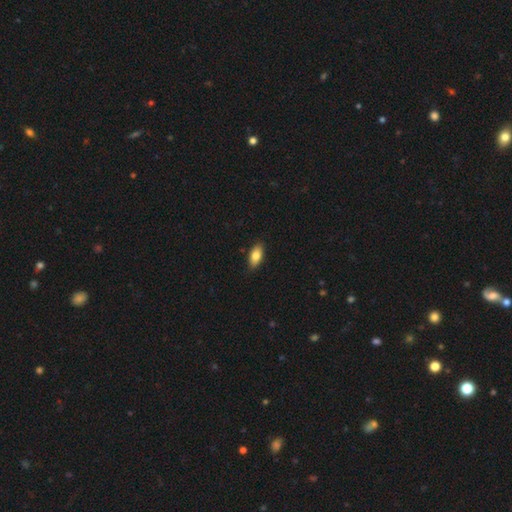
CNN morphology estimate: Smooth or featured: smooth — 81% (featured or disk — 13%)
How rounded: in between — 89% (cigar-shaped — 7%)
Merging: none — 88% (minor disturbance — 9%)